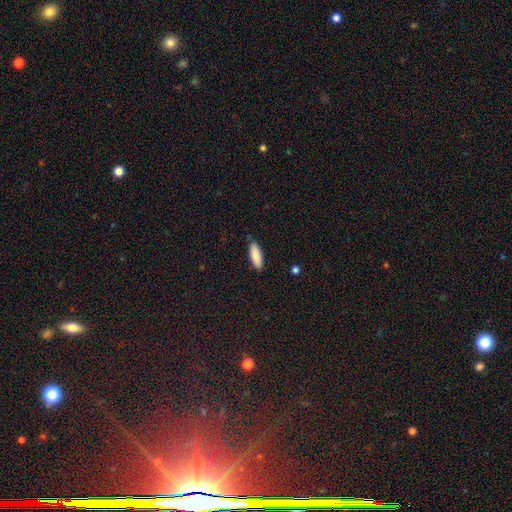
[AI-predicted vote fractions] The model was most divided on "how rounded": in between: 60%, cigar-shaped: 39%, round: 2%. More confident: smooth or featured — smooth (87%); merging — none (84%).